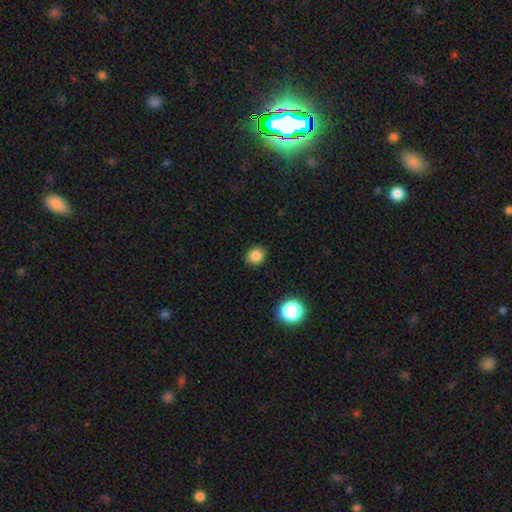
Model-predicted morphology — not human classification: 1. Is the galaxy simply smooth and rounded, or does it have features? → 83% smooth, 12% star or artifact, 4% featured or disk.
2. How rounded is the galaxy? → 75% round, 25% in between, 1% cigar-shaped.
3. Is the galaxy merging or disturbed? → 90% none, 7% minor disturbance, 2% major disturbance, 1% merger.